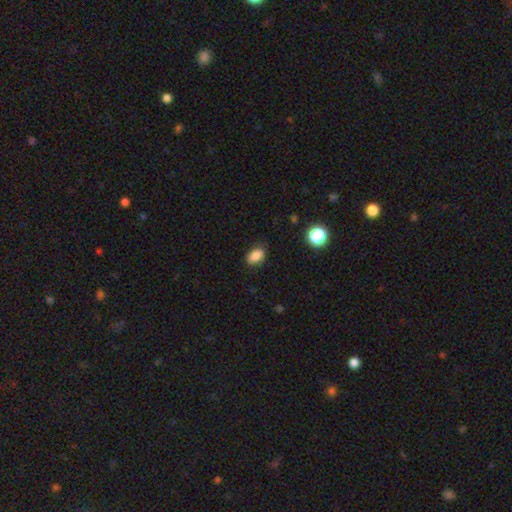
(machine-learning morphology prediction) Q: Smooth or featured?
A: smooth (85%); runner-up: star or artifact (9%)
Q: How rounded?
A: in between (86%); runner-up: round (12%)
Q: Merging?
A: none (81%); runner-up: minor disturbance (15%)